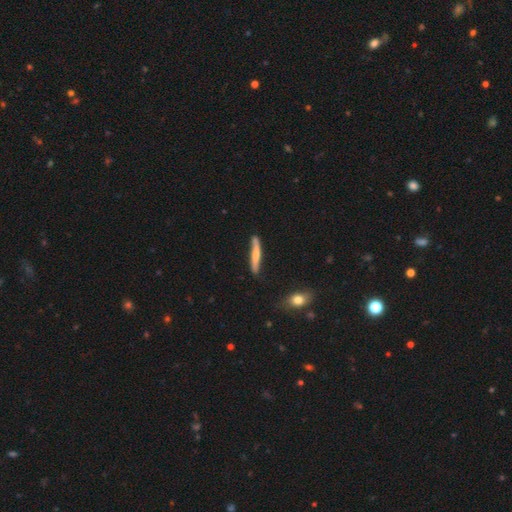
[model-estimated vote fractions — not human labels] Overall: smooth (54%; featured or disk 41%). How rounded: cigar-shaped (93%). Merging: none (79%).